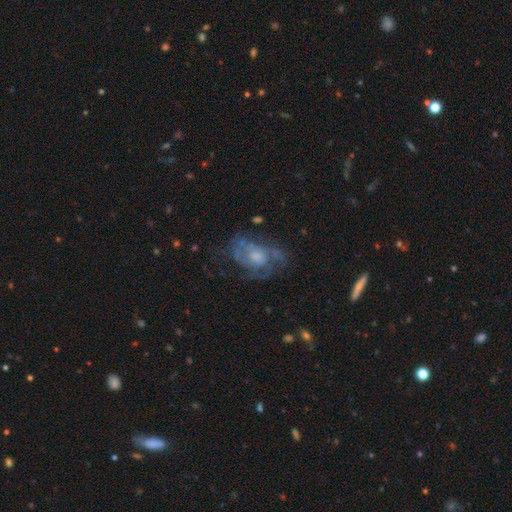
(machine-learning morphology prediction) Smooth or featured? Predicted: featured or disk (p=0.72). Edge-on disk? Predicted: no (p=0.96). Bar? Predicted: no (p=0.76). Spiral arms? Predicted: yes (p=0.71). Bulge size? Predicted: moderate (p=0.46). Merging? Predicted: none (p=0.52).